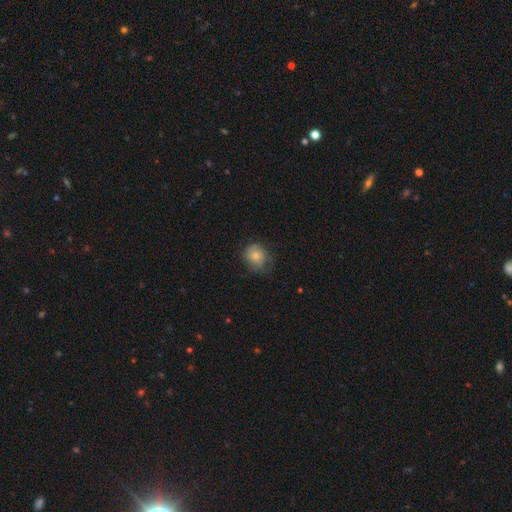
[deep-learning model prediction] Q: Smooth or featured?
A: smooth (65%); runner-up: featured or disk (27%)
Q: How rounded?
A: round (73%); runner-up: in between (26%)
Q: Merging?
A: none (59%); runner-up: minor disturbance (27%)